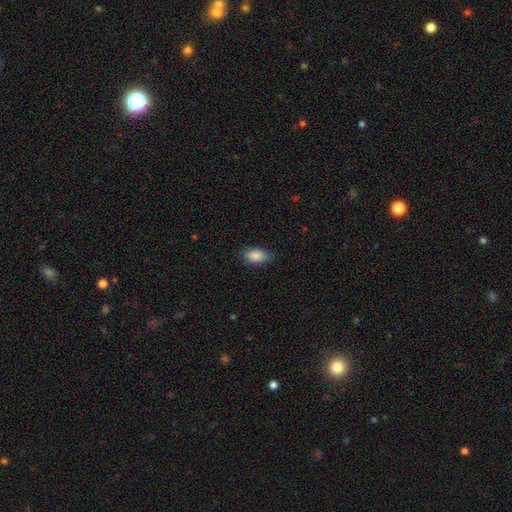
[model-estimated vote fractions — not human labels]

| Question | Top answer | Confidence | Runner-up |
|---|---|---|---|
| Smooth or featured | smooth | 87% | star or artifact (7%) |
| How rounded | in between | 91% | round (5%) |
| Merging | none | 80% | minor disturbance (16%) |